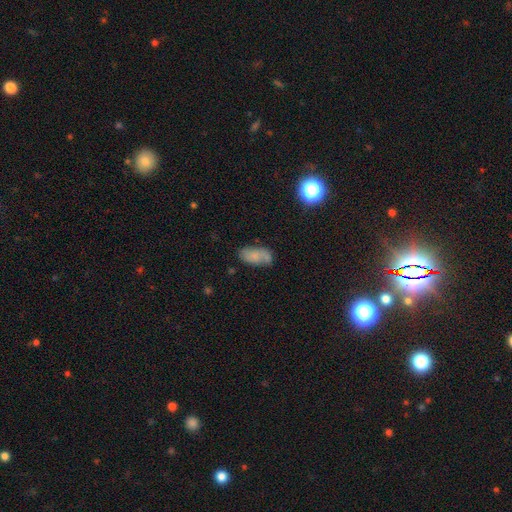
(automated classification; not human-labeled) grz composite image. It shows a smooth galaxy with no disk features (60%) that is in between round and cigar-shaped (91%). Merging: none (55%).